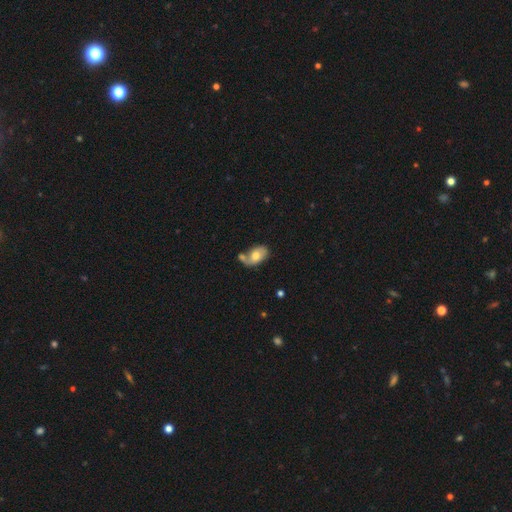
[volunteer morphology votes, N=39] A smooth galaxy with no disk features (69%) that is in between round and cigar-shaped (89%). Merging: merger (32%).